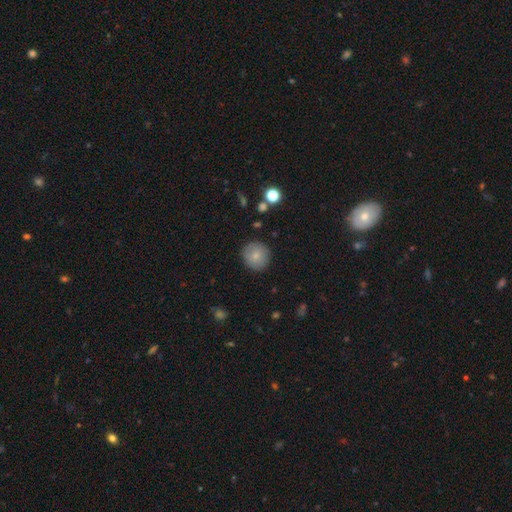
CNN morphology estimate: A smooth galaxy with no disk features (81%) that is round (92%).

Vote fractions:
- Smooth or featured? smooth: 81% / featured or disk: 11% / star or artifact: 8%
- How rounded? round: 92% / in between: 7% / cigar-shaped: 1%
- Merging? none: 88% / minor disturbance: 8% / major disturbance: 2% / merger: 1%